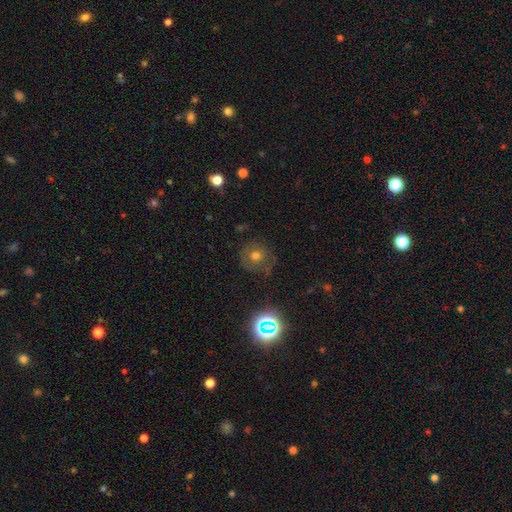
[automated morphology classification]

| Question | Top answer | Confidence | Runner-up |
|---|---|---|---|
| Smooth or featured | smooth | 54% | featured or disk (26%) |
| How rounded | round | 90% | in between (9%) |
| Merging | none | 72% | minor disturbance (17%) |